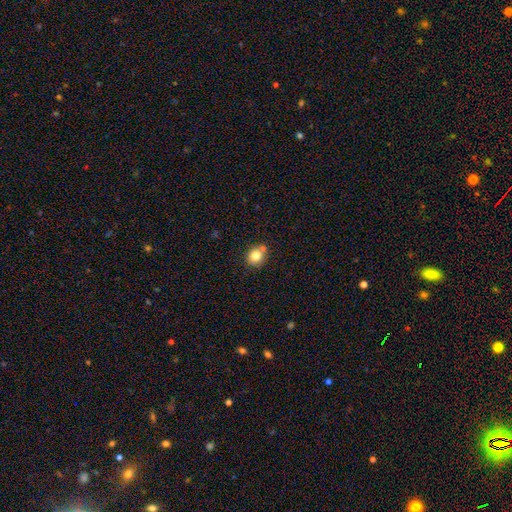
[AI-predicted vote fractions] The model was most divided on "how rounded": round: 75%, in between: 24%, cigar-shaped: 1%. More confident: smooth or featured — smooth (80%); merging — none (68%).